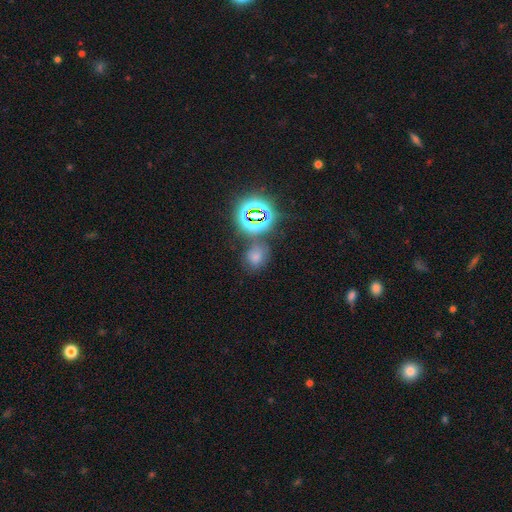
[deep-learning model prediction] smooth 57%, star or artifact 34%, featured or disk 8%. Down the decision tree: how rounded — round (56%); merging — none (65%).